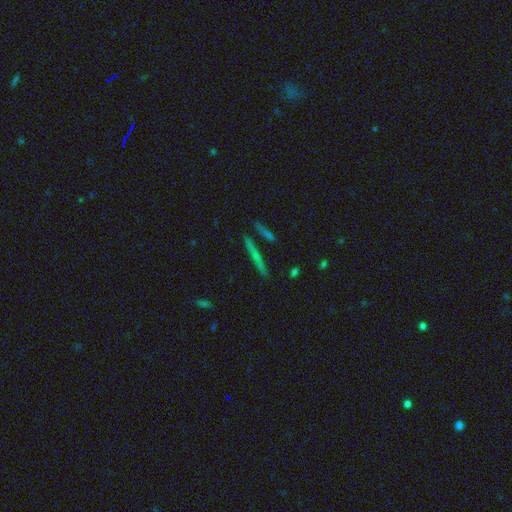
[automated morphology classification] Smooth or featured? Predicted: featured or disk (p=0.52). Edge-on disk? Predicted: yes (p=0.95). Merging? Predicted: none (p=0.87).